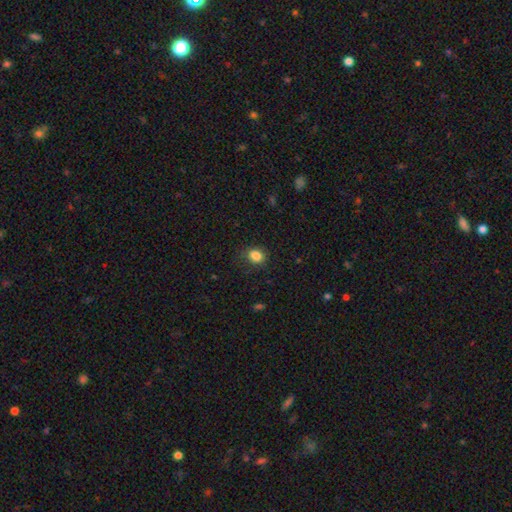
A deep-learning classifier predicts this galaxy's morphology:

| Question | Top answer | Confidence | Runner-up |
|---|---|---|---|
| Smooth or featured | smooth | 85% | star or artifact (11%) |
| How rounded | round | 54% | in between (45%) |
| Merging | none | 80% | minor disturbance (15%) |